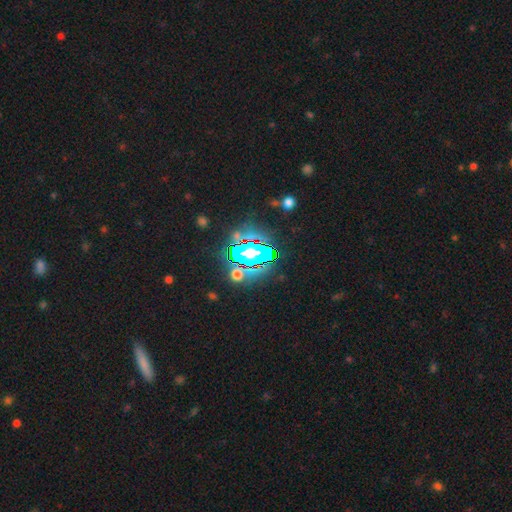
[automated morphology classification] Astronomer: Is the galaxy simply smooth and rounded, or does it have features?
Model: star or artifact — 71%.